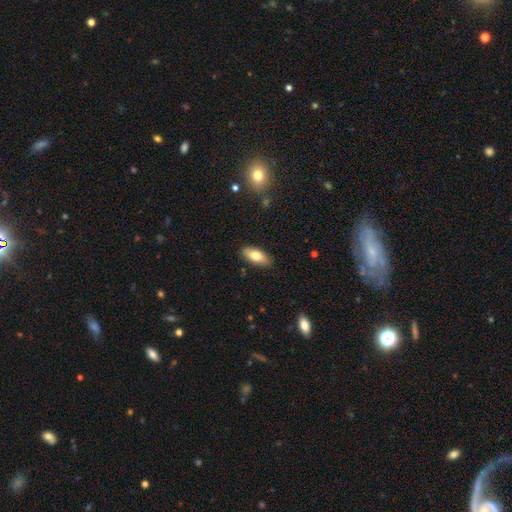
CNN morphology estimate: This is likely a smooth galaxy (75%). How rounded: clearly in between (81%). Merging: clearly none (87%).